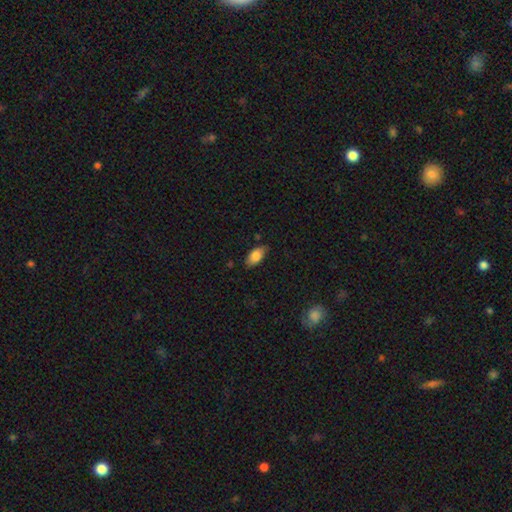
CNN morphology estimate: This appears to be a smooth galaxy with no disk features (83%) that is in between round and cigar-shaped (91%). Merging: none (77%).